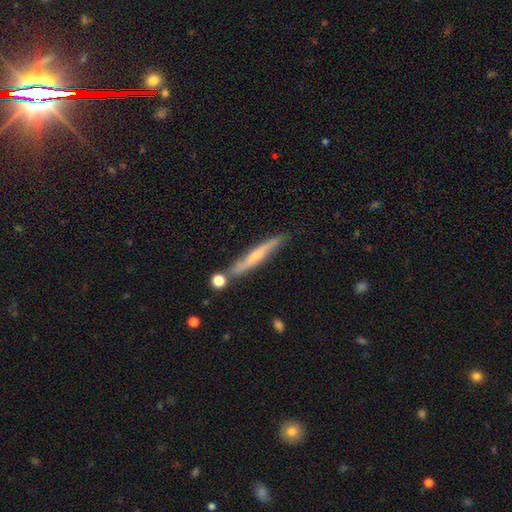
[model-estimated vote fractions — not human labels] This appears to be a featured or disk galaxy (60%) viewed edge-on (88%) with a rounded central bulge (68%). Merging: none (75%).